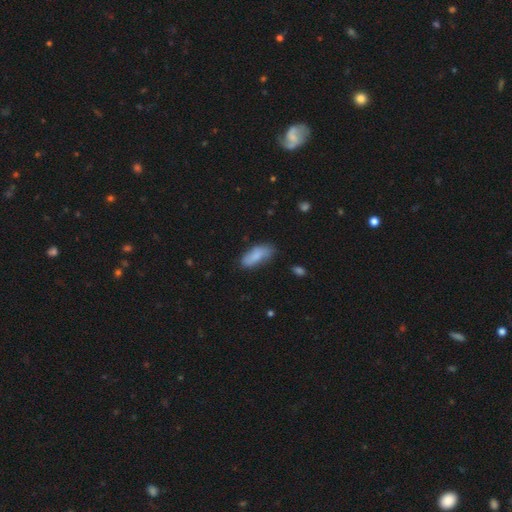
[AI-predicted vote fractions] smooth-or-featured: smooth: 77% | featured or disk: 16% | star or artifact: 7%
  how-rounded: in between: 79% | cigar-shaped: 19% | round: 2%
  merging: none: 66% | minor disturbance: 25% | major disturbance: 6% | merger: 3%